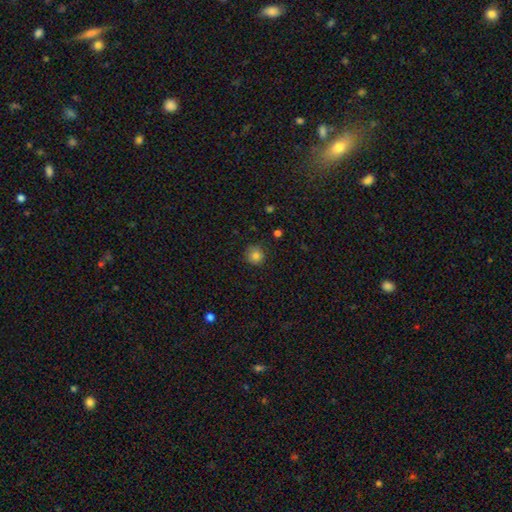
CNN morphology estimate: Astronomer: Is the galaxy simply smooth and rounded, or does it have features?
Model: smooth — 82%.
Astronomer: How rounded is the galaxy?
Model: round — 93%.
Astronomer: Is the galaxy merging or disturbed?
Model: none — 85%.